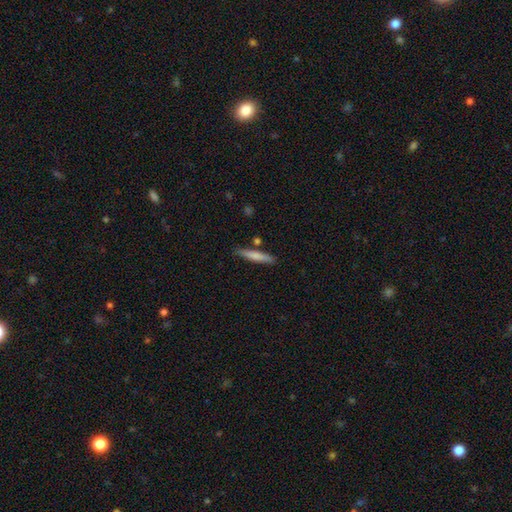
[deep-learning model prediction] Smooth or featured?
  - smooth: 73% *
  - featured or disk: 22%
  - star or artifact: 6%
How rounded?
  - cigar-shaped: 92% *
  - in between: 7%
  - round: 1%
Merging?
  - none: 82% *
  - minor disturbance: 11%
  - merger: 5%
  - major disturbance: 2%